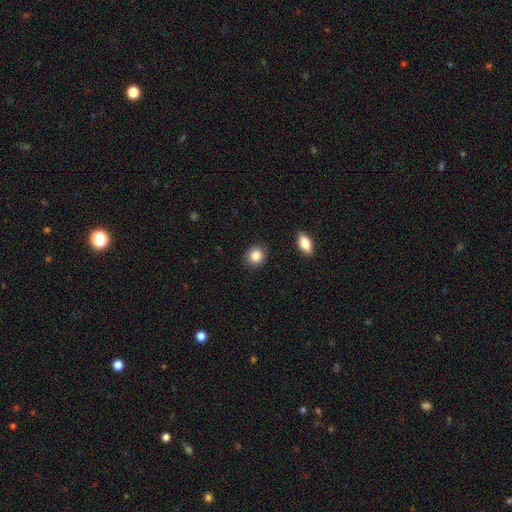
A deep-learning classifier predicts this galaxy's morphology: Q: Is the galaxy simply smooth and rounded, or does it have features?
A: smooth — 86%.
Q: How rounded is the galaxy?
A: round — 75%.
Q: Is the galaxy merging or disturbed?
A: none — 89%.